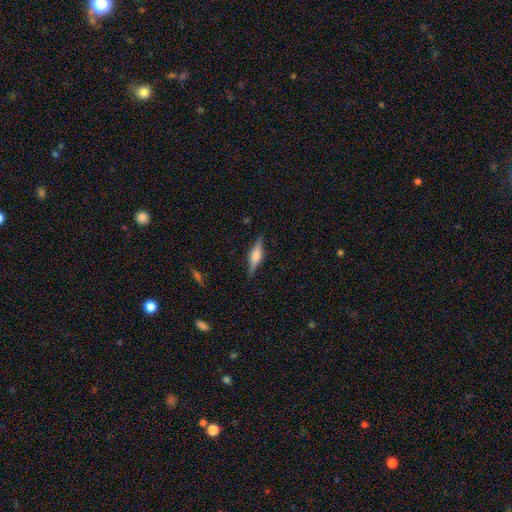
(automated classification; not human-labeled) A featured or disk galaxy (59%) viewed edge-on (96%) with a rounded central bulge (79%). Merging: none (87%).